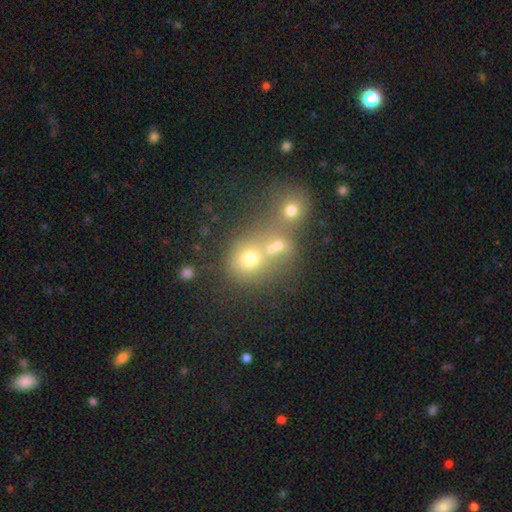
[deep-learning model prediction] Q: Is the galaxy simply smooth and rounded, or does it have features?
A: smooth — 57%.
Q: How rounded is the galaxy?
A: round — 74%.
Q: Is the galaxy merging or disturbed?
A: merger — 58%.